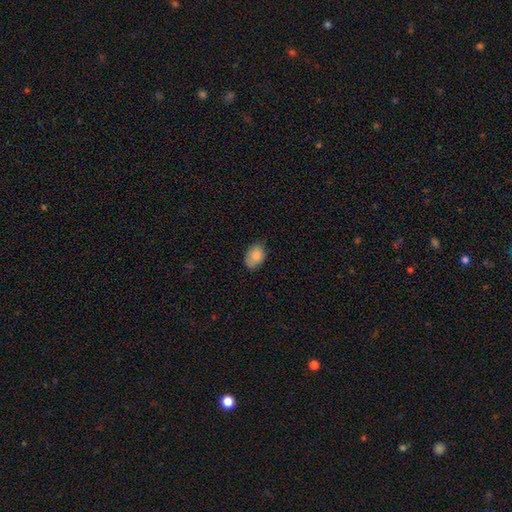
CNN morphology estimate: This appears to be a smooth galaxy with no disk features (85%) that is in between round and cigar-shaped (83%). Merging: none (67%).